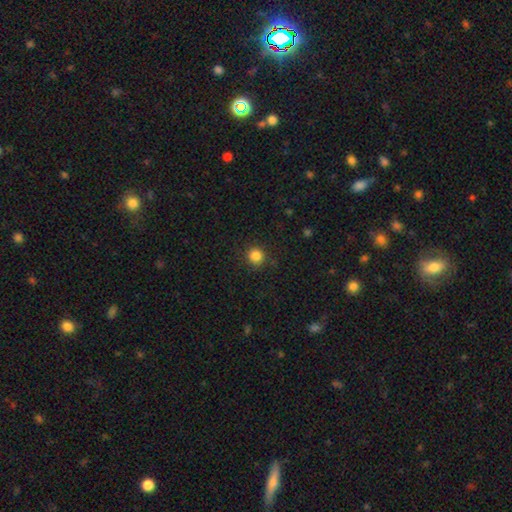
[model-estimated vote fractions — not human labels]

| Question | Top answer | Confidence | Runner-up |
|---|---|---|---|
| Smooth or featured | smooth | 85% | star or artifact (12%) |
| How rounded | round | 93% | in between (6%) |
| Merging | none | 89% | minor disturbance (7%) |